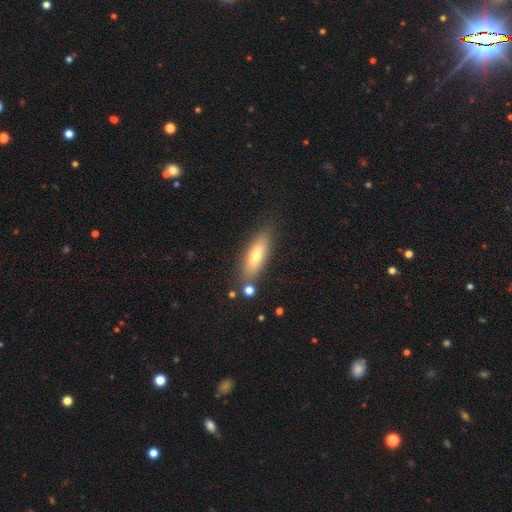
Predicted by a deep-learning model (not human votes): This appears to be a smooth galaxy with no disk features (65%) that is in between round and cigar-shaped (51%). Merging: none (79%).